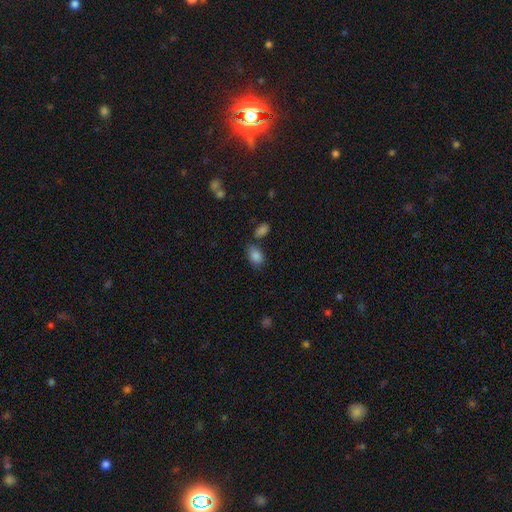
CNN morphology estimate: Q: Smooth or featured?
A: smooth (85%); runner-up: star or artifact (9%)
Q: How rounded?
A: in between (86%); runner-up: round (12%)
Q: Merging?
A: none (60%); runner-up: minor disturbance (18%)